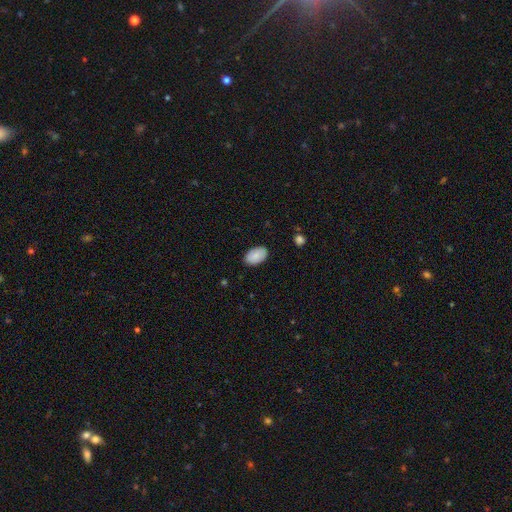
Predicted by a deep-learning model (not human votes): This appears to be a smooth galaxy with no disk features (84%) that is in between round and cigar-shaped (93%). Merging: none (86%).